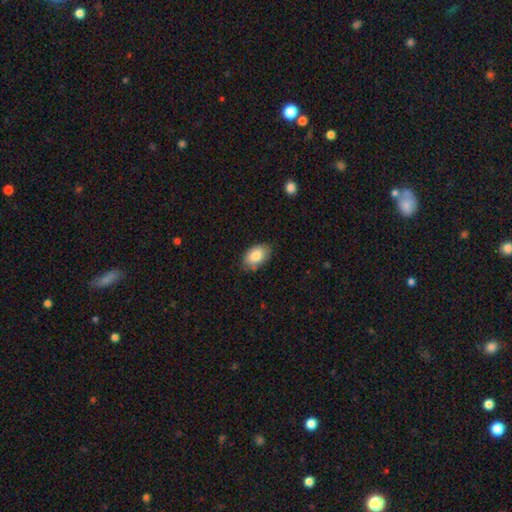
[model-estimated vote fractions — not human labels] This appears to be a smooth galaxy with no disk features (84%) that is in between round and cigar-shaped (90%). Merging: none (78%).